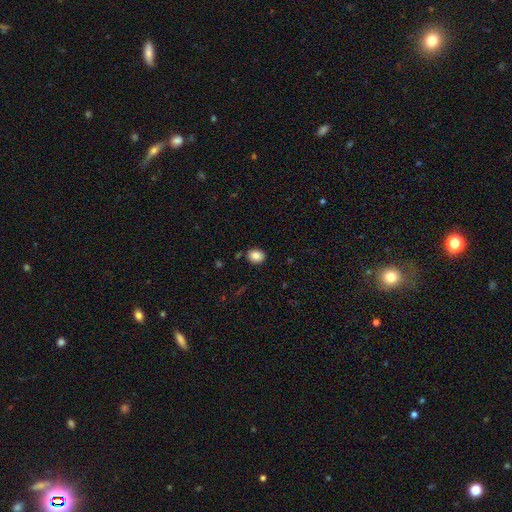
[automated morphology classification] Smooth or featured?
  - smooth: 85% *
  - star or artifact: 9%
  - featured or disk: 6%
How rounded?
  - round: 51% *
  - in between: 48%
  - cigar-shaped: 1%
Merging?
  - none: 87% *
  - minor disturbance: 9%
  - merger: 2%
  - major disturbance: 2%